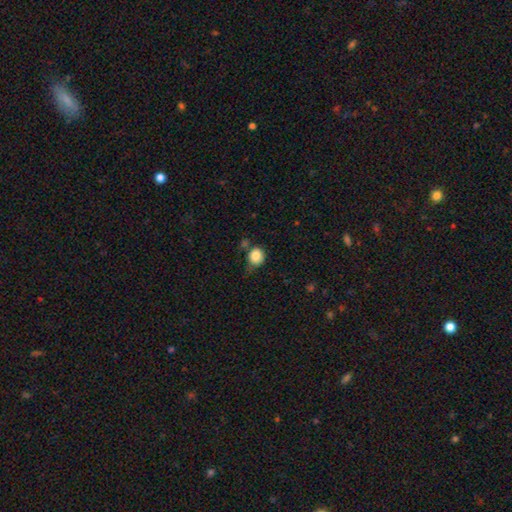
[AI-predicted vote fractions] A smooth galaxy with no disk features (86%) that is round (77%).

Vote fractions:
- Smooth or featured? smooth: 86% / star or artifact: 9% / featured or disk: 5%
- How rounded? round: 77% / in between: 22% / cigar-shaped: 1%
- Merging? none: 54% / minor disturbance: 29% / merger: 9% / major disturbance: 9%